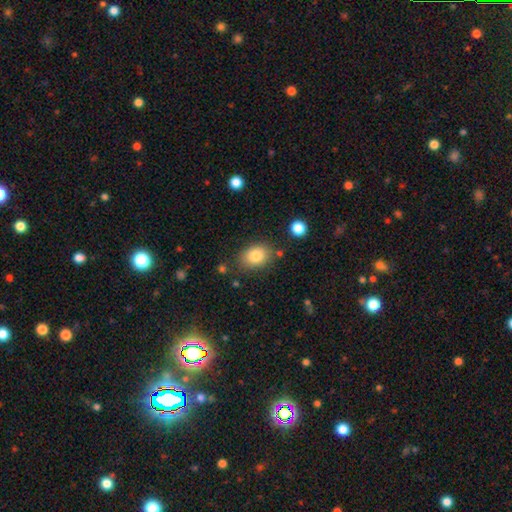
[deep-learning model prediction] The model was most divided on "how rounded": in between: 71%, round: 28%, cigar-shaped: 1%. More confident: smooth or featured — smooth (83%); merging — none (79%).